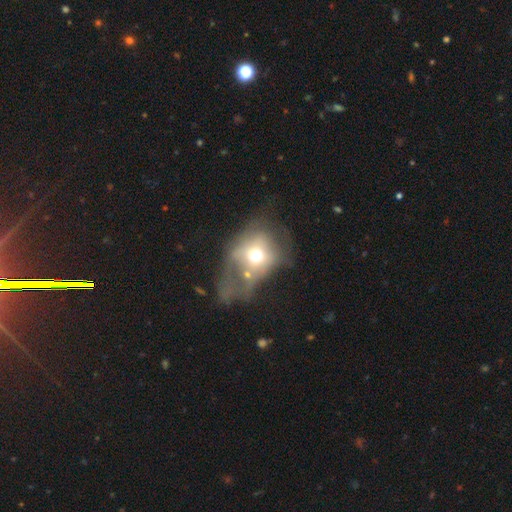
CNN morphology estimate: Smooth or featured?
  - smooth: 51% *
  - featured or disk: 36%
  - star or artifact: 14%
How rounded?
  - round: 56% *
  - in between: 43%
  - cigar-shaped: 2%
Merging?
  - major disturbance: 49% *
  - none: 21%
  - minor disturbance: 16%
  - merger: 14%